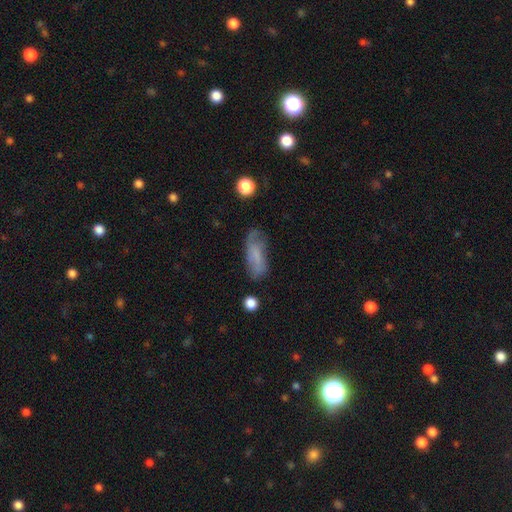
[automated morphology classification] Smooth or featured? smooth (59%)
How rounded? in between (69%)
Merging? none (57%)